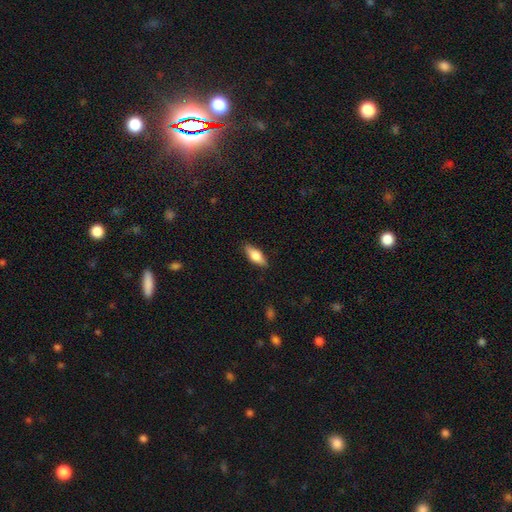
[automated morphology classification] smooth_or_featured: smooth (p=0.71) [alt: featured or disk p=0.23]
how_rounded: in between (p=0.74) [alt: cigar-shaped p=0.23]
merging: none (p=0.87) [alt: minor disturbance p=0.10]